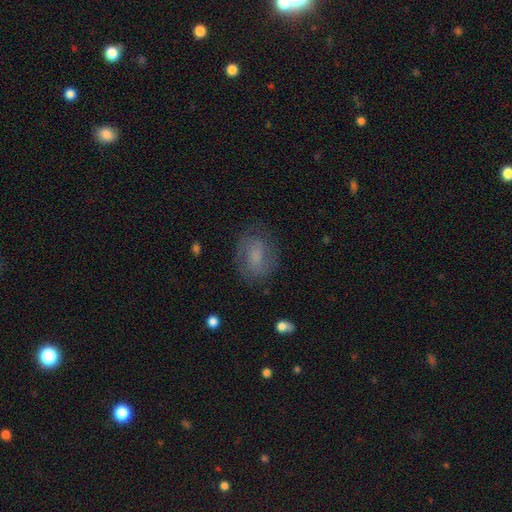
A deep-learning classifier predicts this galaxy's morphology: This is possibly a smooth galaxy (45%). Merging: likely none (73%).